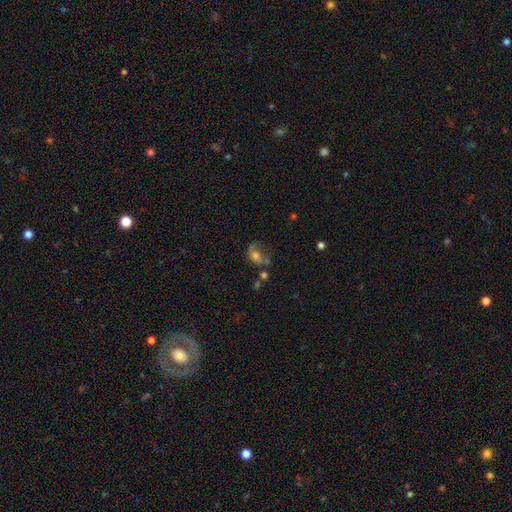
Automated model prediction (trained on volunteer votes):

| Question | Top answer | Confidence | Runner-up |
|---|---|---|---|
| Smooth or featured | smooth | 53% | featured or disk (31%) |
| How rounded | in between | 67% | round (31%) |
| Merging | none | 29% | tied: major disturbance (29%) |